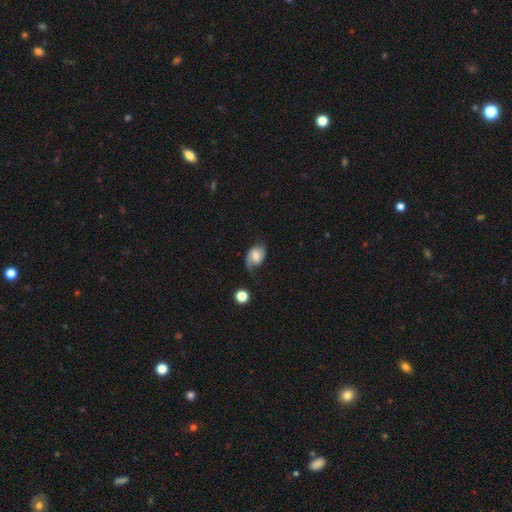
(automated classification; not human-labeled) featured or disk 64%, smooth 28%, star or artifact 8%. Down the decision tree: edge-on disk — no (97%); bar — no (46%); spiral arms — yes (93%); spiral arm count — 2 (86%); spiral winding — loose (46%); bulge size — moderate (41%); merging — none (65%).